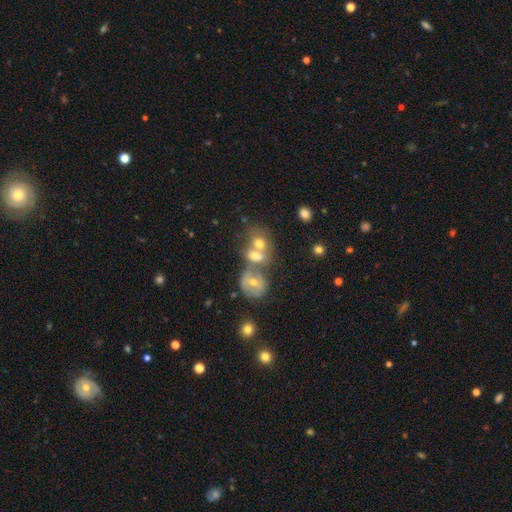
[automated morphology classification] Smooth or featured?
  - smooth: 49% *
  - featured or disk: 34%
  - star or artifact: 17%
Merging?
  - merger: 56% *
  - none: 30%
  - minor disturbance: 9%
  - major disturbance: 5%